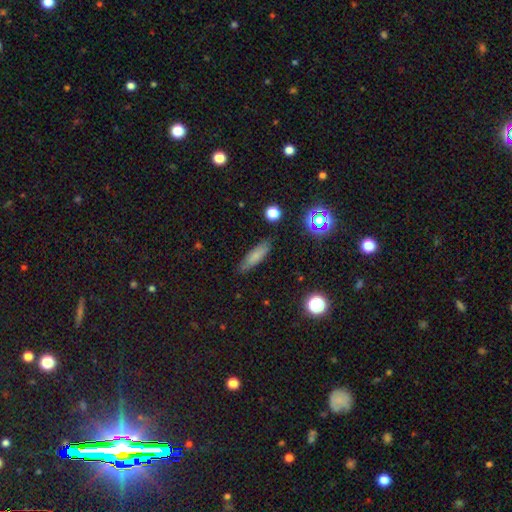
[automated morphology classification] Overall: smooth (74%). How rounded: cigar-shaped (57%; in between 40%). Merging: none (82%).